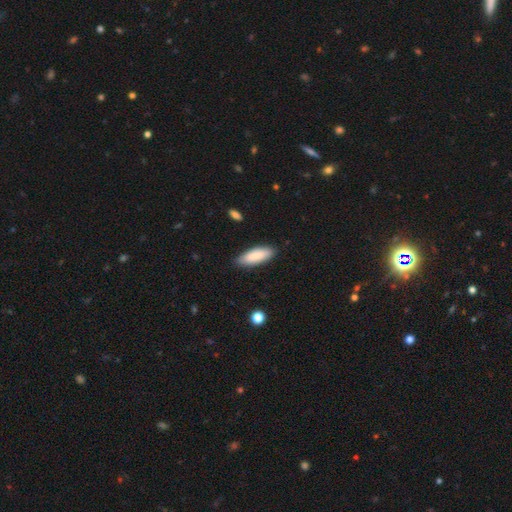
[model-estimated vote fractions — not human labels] smooth_or_featured: smooth (p=0.87) [alt: featured or disk p=0.07]
how_rounded: in between (p=0.68) [alt: cigar-shaped p=0.31]
merging: none (p=0.85) [alt: minor disturbance p=0.11]